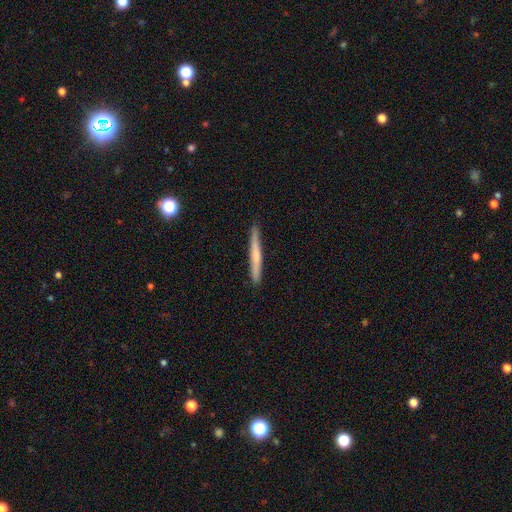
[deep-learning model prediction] Smooth or featured? smooth (55%)
How rounded? cigar-shaped (97%)
Merging? none (90%)